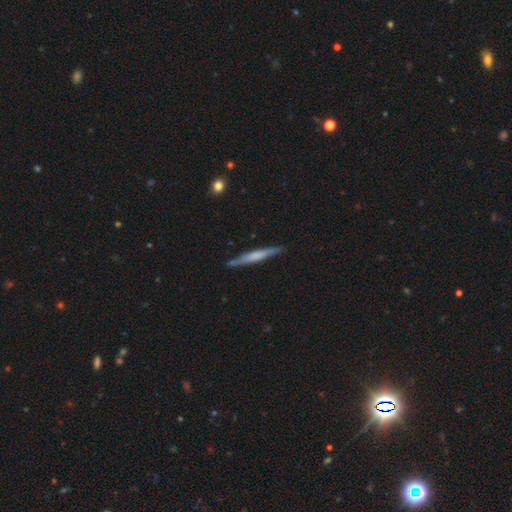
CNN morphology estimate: A featured or disk galaxy (56%) viewed edge-on (95%) with no central bulge (37%).

Vote fractions:
- Smooth or featured? featured or disk: 56% / smooth: 39% / star or artifact: 6%
- Edge-on disk? yes: 95% / no: 5%
- Edge-on bulge? none: 37% / rounded: 35% / boxy: 27%
- Merging? none: 86% / minor disturbance: 11% / major disturbance: 2% / merger: 2%